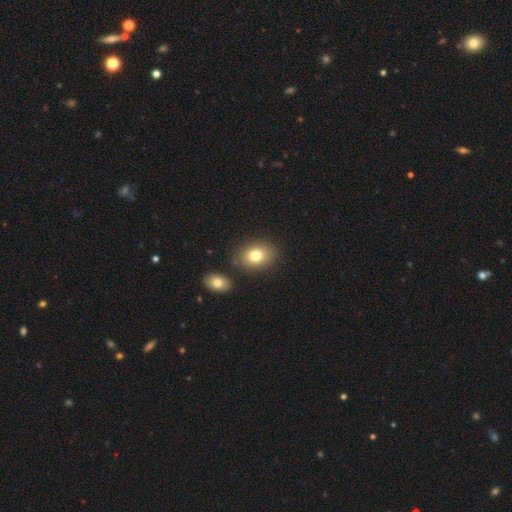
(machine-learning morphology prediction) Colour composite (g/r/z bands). It shows a smooth galaxy with no disk features (79%) that is in between round and cigar-shaped (67%). Merging: none (79%).